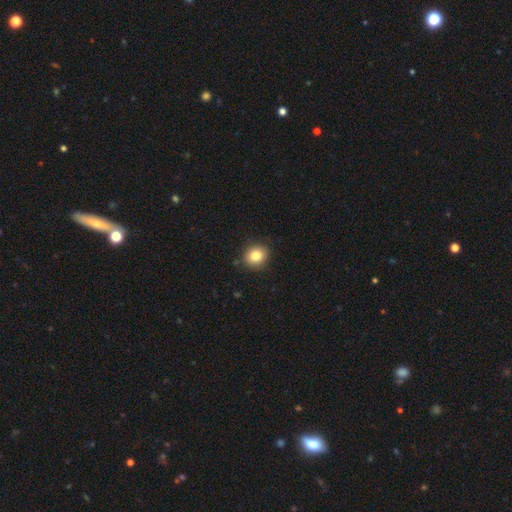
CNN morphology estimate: This is clearly a smooth galaxy (83%). How rounded: likely round (75%). Merging: clearly none (87%).